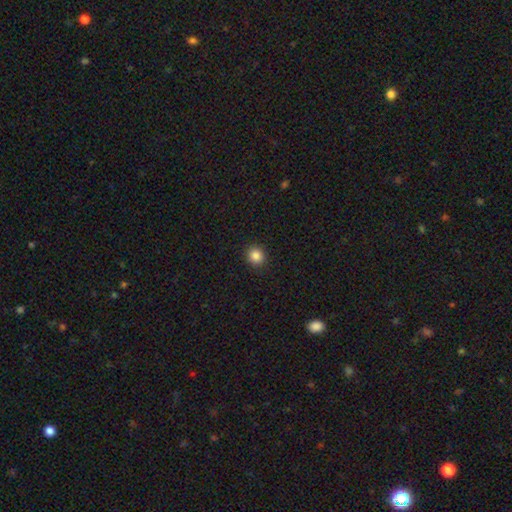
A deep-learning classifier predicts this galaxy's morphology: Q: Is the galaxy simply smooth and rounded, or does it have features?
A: smooth — 86%.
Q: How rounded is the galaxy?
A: round — 87%.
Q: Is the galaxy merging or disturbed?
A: none — 92%.